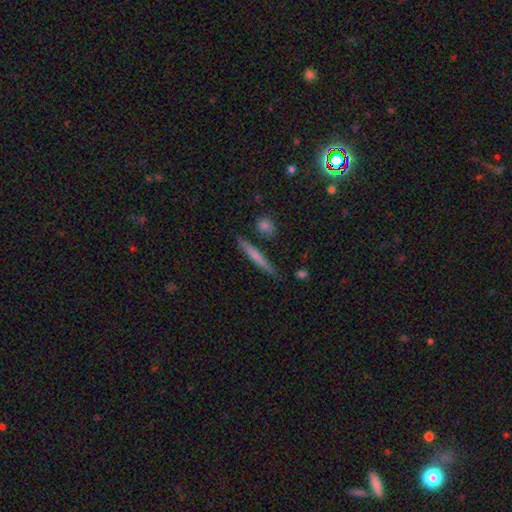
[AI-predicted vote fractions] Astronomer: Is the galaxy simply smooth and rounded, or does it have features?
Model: smooth — 62%.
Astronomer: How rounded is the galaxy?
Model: cigar-shaped — 95%.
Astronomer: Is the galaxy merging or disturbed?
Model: none — 85%.